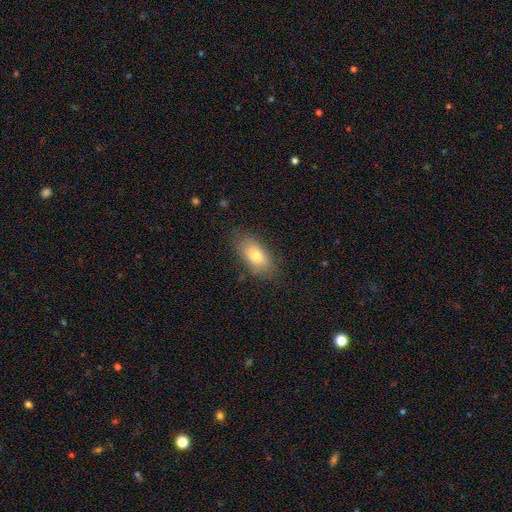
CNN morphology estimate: type=smooth (77%); roundness=in between (88%); merging=none (79%).